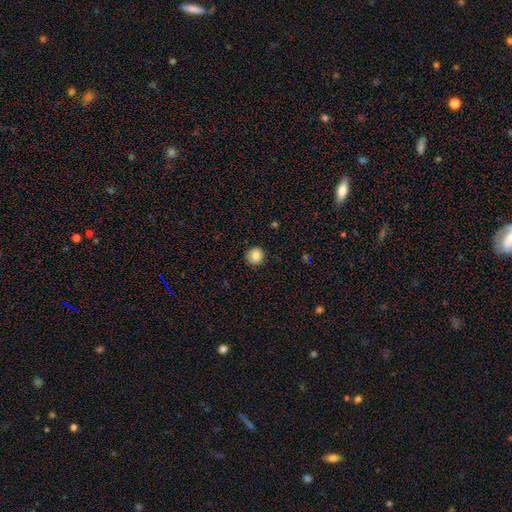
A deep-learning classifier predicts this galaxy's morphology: A smooth galaxy with no disk features (86%) that is round (93%).

Vote fractions:
- Smooth or featured? smooth: 86% / star or artifact: 10% / featured or disk: 4%
- How rounded? round: 93% / in between: 7% / cigar-shaped: 1%
- Merging? none: 88% / minor disturbance: 8% / major disturbance: 2% / merger: 1%